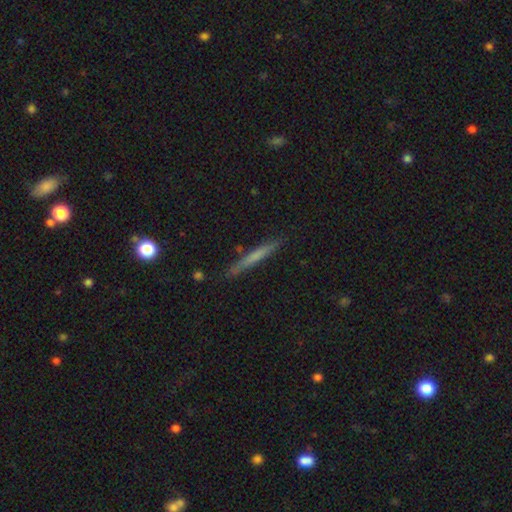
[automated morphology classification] smooth_or_featured: smooth (p=0.57) [alt: featured or disk p=0.36]
how_rounded: cigar-shaped (p=0.96) [alt: in between p=0.03]
merging: none (p=0.85) [alt: minor disturbance p=0.11]